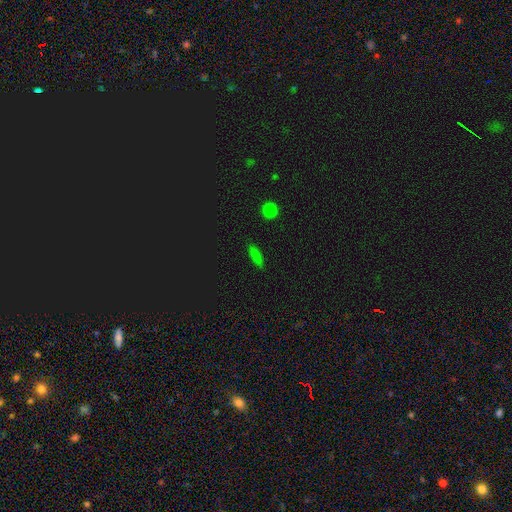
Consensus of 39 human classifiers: A smooth galaxy with no disk features (72%) that is cigar-shaped (75%). Merging: none (86%).